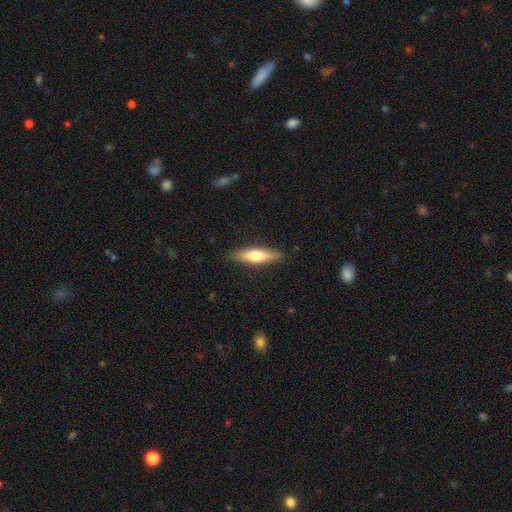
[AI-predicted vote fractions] This is possibly a smooth galaxy (55%). How rounded: likely cigar-shaped (71%). Merging: clearly none (88%).